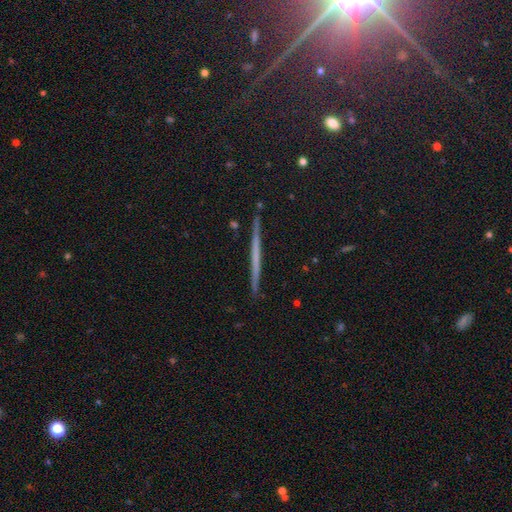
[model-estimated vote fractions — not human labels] Morphology: type=featured or disk (56%); edge-on=yes (98%); edge-on bulge=none (88%); merging=none (92%).